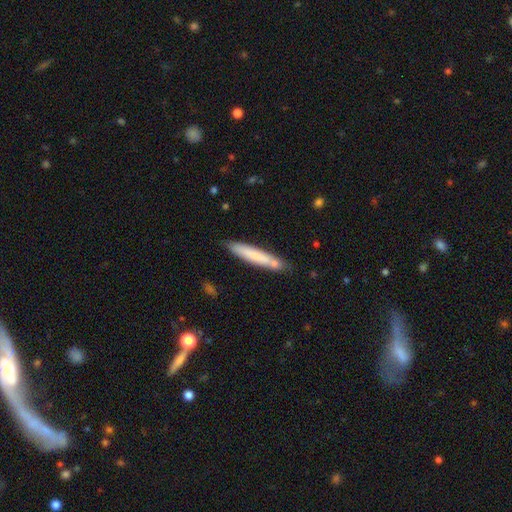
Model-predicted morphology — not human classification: This is likely a smooth galaxy (70%). How rounded: clearly cigar-shaped (93%). Merging: likely none (77%).